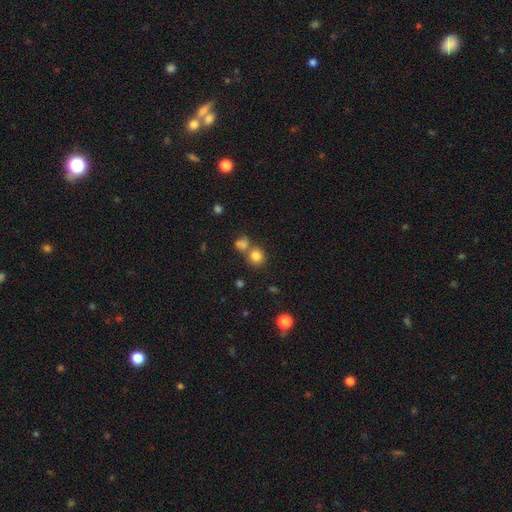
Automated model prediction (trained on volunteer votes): The model was most divided on "merging": none: 60%, merger: 28%, minor disturbance: 8%, major disturbance: 3%. More confident: how rounded — round (87%); smooth or featured — smooth (81%).